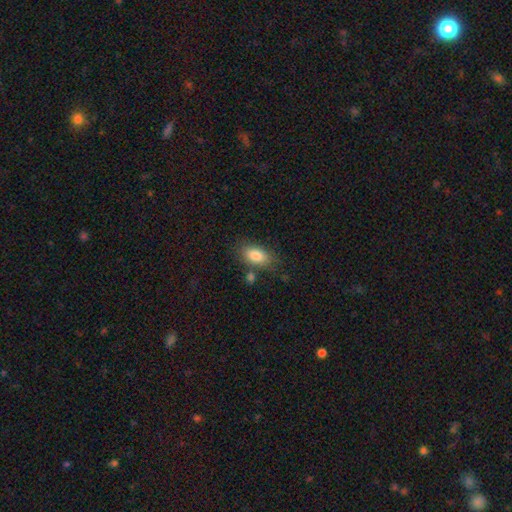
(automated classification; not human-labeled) The model was most divided on "merging": none: 73%, minor disturbance: 15%, merger: 8%, major disturbance: 4%. More confident: how rounded — in between (89%); smooth or featured — smooth (83%).